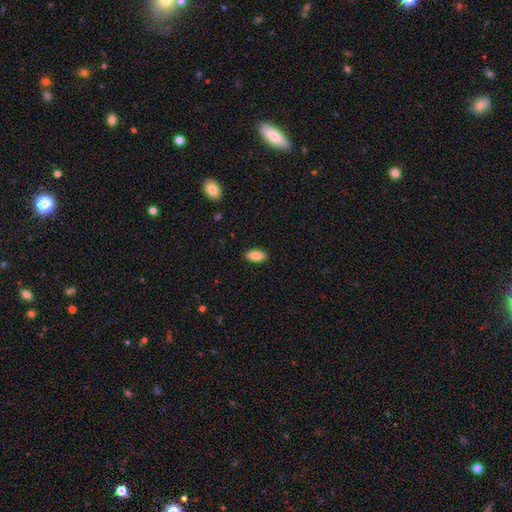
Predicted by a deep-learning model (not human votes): smooth 86%, featured or disk 7%, star or artifact 7%. Down the decision tree: how rounded — in between (90%); merging — none (89%).